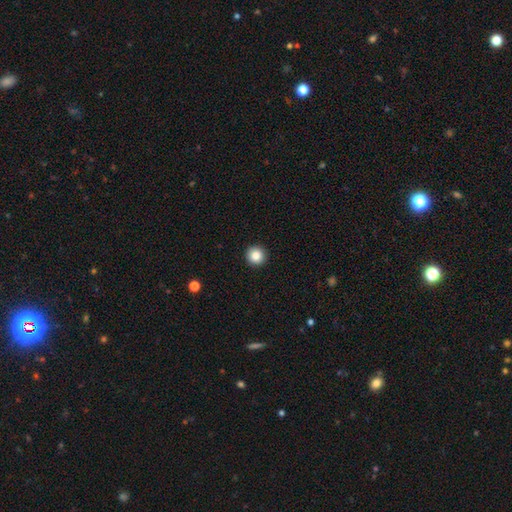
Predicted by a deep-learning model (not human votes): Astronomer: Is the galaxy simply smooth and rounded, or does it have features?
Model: smooth — 85%.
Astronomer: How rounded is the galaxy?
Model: round — 96%.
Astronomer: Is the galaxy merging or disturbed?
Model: none — 94%.